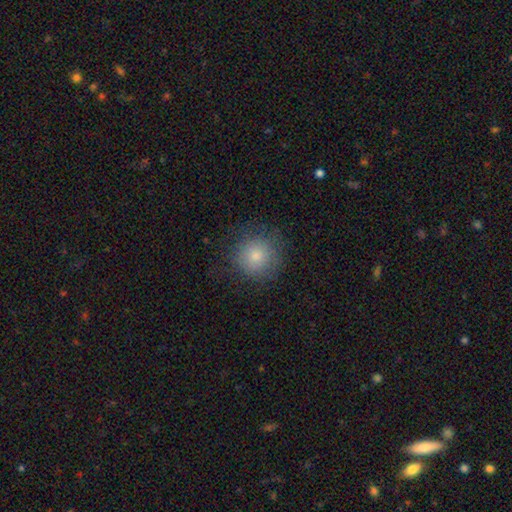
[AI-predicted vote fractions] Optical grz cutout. It shows a smooth galaxy with no disk features (79%) that is round (93%). Merging: none (82%).